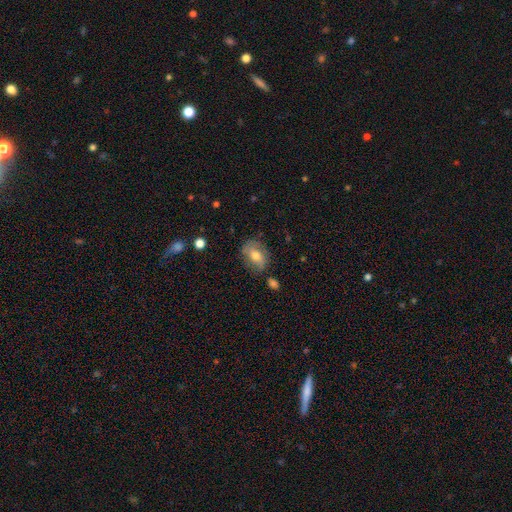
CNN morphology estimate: Smooth or featured? Predicted: smooth (p=0.59). How rounded? Predicted: in between (p=0.72). Merging? Predicted: none (p=0.71).